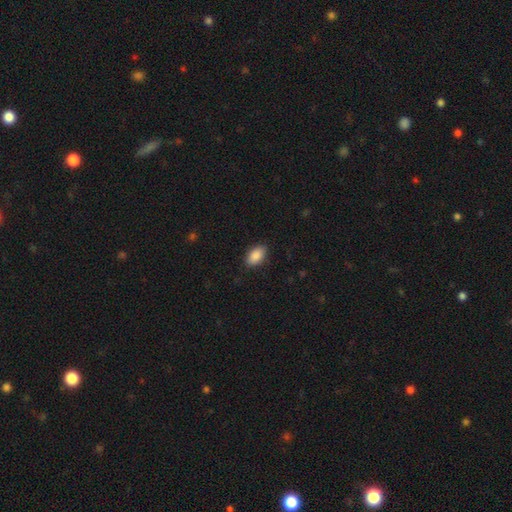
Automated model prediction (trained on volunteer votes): This is clearly a smooth galaxy (88%). How rounded: clearly in between (93%). Merging: clearly none (87%).